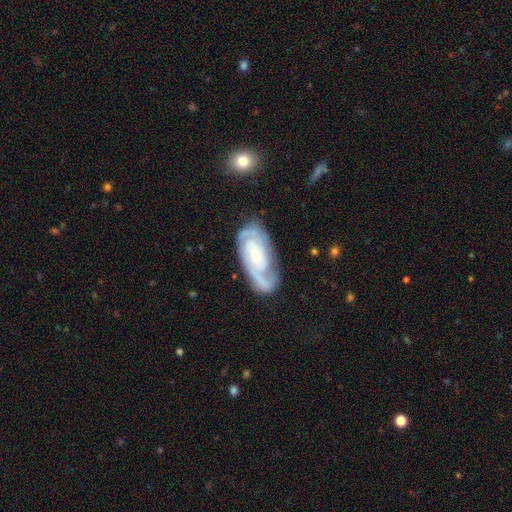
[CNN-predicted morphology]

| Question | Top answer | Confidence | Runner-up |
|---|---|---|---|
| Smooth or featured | featured or disk | 84% | smooth (11%) |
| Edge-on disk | no | 95% | yes (5%) |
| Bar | no | 64% | weak (28%) |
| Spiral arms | yes | 96% | no (4%) |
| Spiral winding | tight | 57% | medium (34%) |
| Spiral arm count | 2 | 59% | can't tell (17%) |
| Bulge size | small | 71% | moderate (22%) |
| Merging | none | 71% | minor disturbance (19%) |